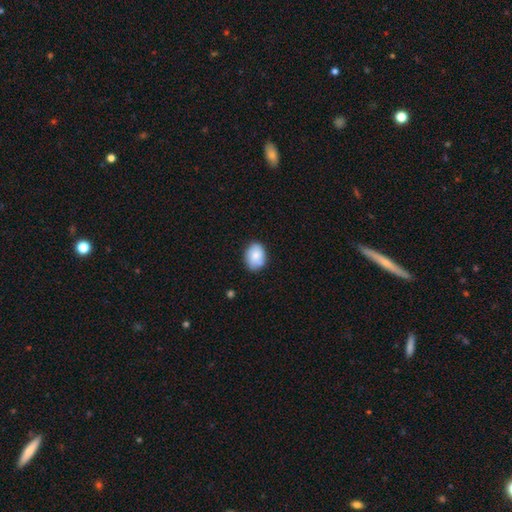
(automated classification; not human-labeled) Overall: smooth (80%). How rounded: in between (66%; round 33%). Merging: none (73%).